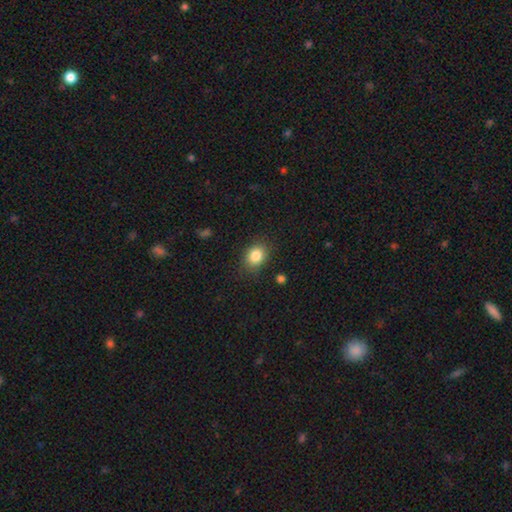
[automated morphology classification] This is clearly a smooth galaxy (84%). How rounded: possibly in between (51%). Merging: clearly none (81%).